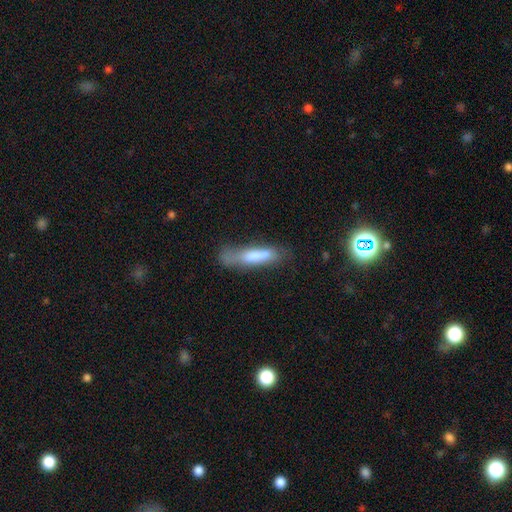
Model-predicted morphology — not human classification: A smooth galaxy with no disk features (69%) that is cigar-shaped (77%).

Vote fractions:
- Smooth or featured? smooth: 69% / featured or disk: 24% / star or artifact: 8%
- How rounded? cigar-shaped: 77% / in between: 21% / round: 2%
- Merging? none: 48% / minor disturbance: 28% / major disturbance: 18% / merger: 6%